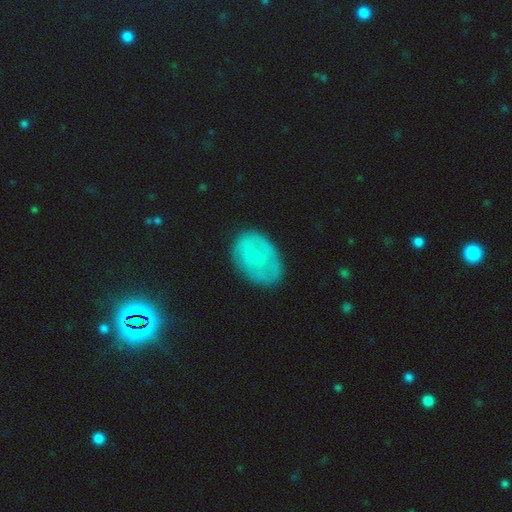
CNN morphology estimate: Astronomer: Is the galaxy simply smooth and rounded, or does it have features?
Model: smooth — 53% (runner-up: featured or disk, 37%).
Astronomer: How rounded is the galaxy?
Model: in between — 83%.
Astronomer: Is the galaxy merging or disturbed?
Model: none — 74%.